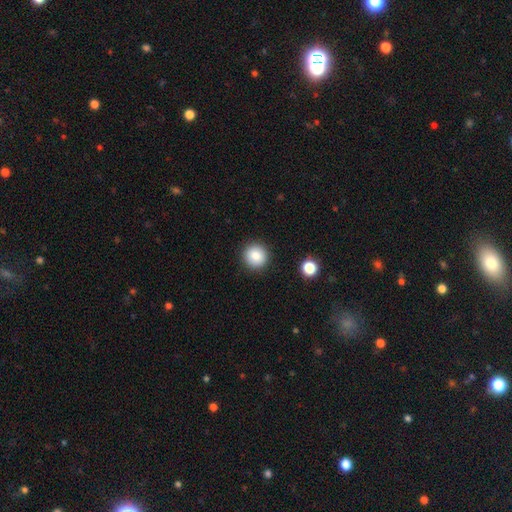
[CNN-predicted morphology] A smooth galaxy with no disk features (84%) that is round (95%). Merging: none (92%).